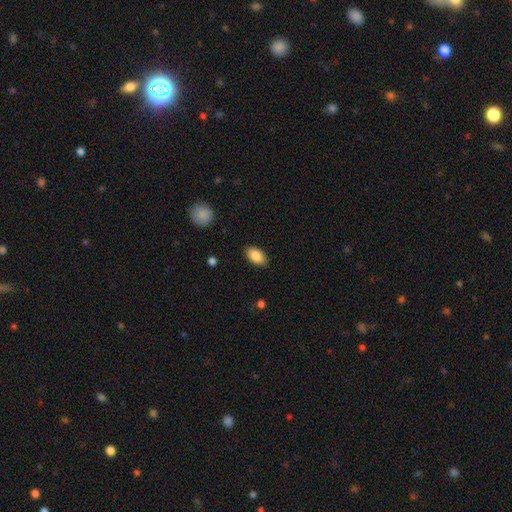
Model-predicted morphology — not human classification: This appears to be a smooth galaxy with no disk features (87%) that is in between round and cigar-shaped (92%). Merging: none (86%).